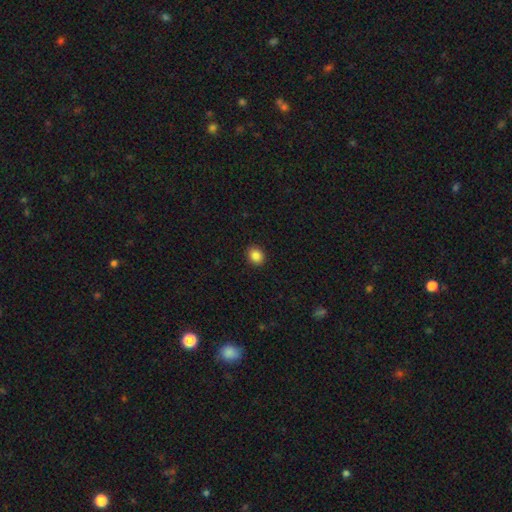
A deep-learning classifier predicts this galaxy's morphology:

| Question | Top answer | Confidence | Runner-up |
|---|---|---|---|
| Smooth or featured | smooth | 86% | star or artifact (10%) |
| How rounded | round | 70% | in between (29%) |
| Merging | none | 91% | minor disturbance (6%) |